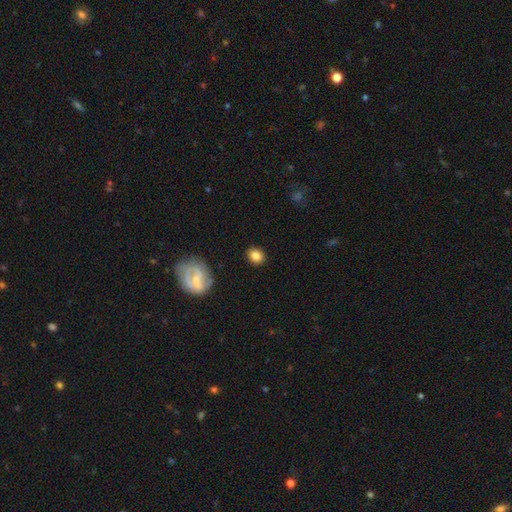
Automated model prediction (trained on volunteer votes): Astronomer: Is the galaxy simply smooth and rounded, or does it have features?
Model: smooth — 82%.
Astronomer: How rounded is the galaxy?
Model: round — 65%.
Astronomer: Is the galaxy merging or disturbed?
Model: none — 86%.